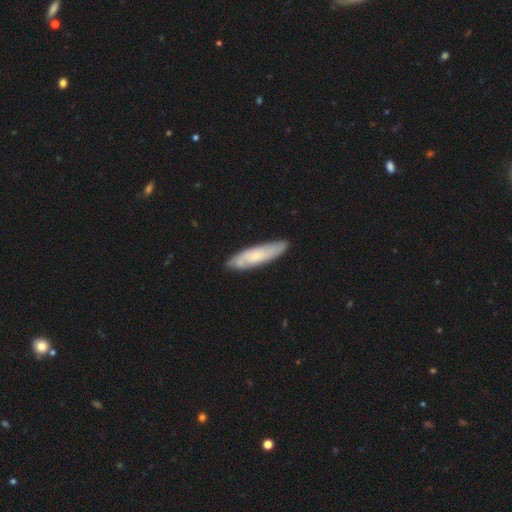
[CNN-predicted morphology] smooth_or_featured: featured or disk (p=0.50) [alt: smooth p=0.44]
merging: none (p=0.82) [alt: minor disturbance p=0.14]